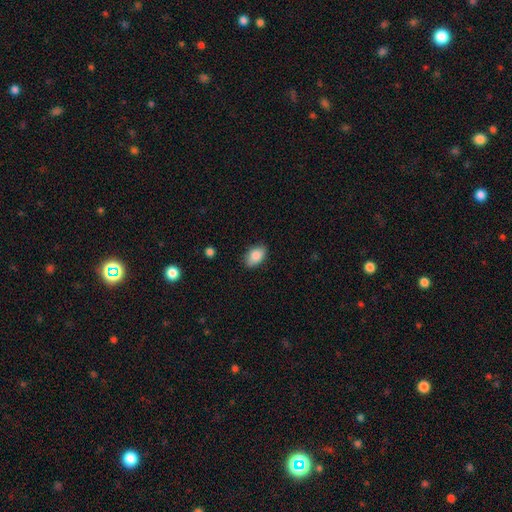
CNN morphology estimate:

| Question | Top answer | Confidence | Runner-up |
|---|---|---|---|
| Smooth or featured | smooth | 87% | star or artifact (7%) |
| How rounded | in between | 89% | round (10%) |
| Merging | none | 82% | minor disturbance (14%) |